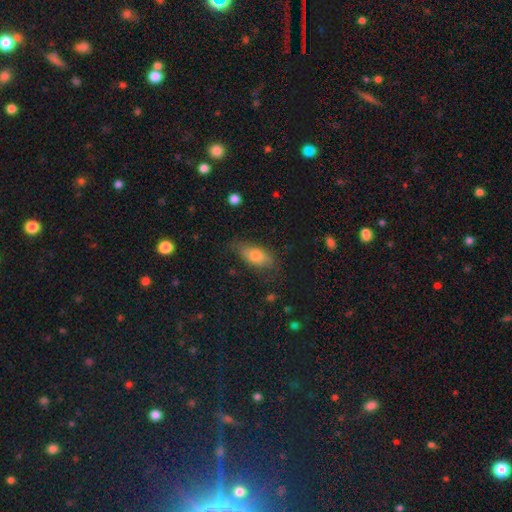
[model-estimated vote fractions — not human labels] Smooth or featured? Predicted: smooth (p=0.73). How rounded? Predicted: in between (p=0.83). Merging? Predicted: none (p=0.70).